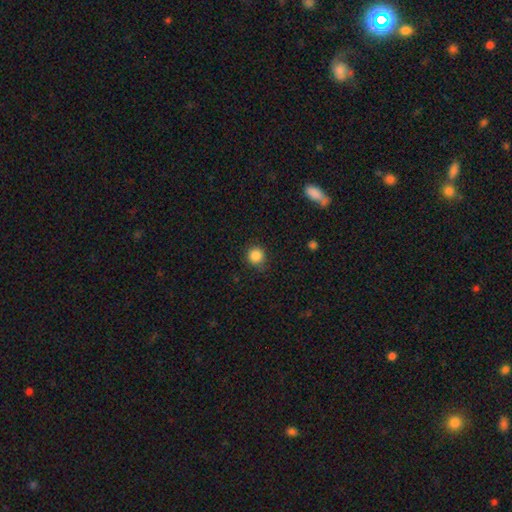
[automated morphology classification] Overall: smooth (86%). How rounded: round (93%). Merging: none (84%).